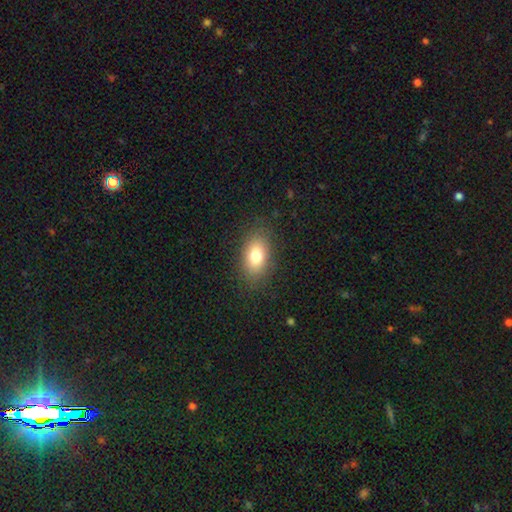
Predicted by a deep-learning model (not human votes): Overall: smooth (78%). How rounded: in between (86%). Merging: none (85%).